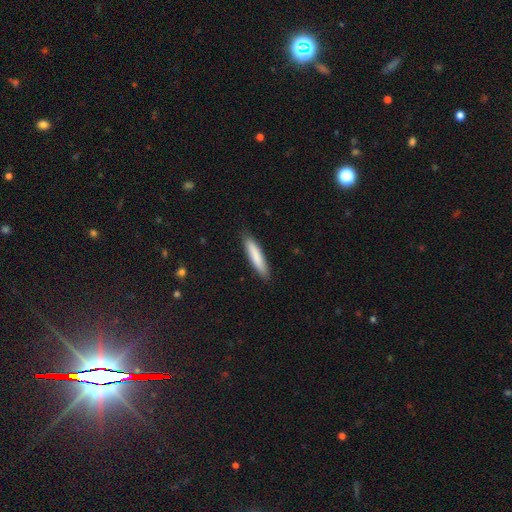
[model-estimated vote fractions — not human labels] Smooth or featured? smooth (82%)
How rounded? cigar-shaped (87%)
Merging? none (88%)